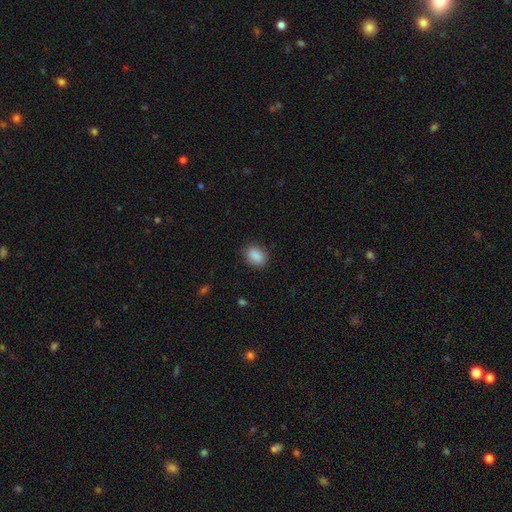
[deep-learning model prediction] Smooth or featured? smooth (89%)
How rounded? in between (72%)
Merging? none (86%)